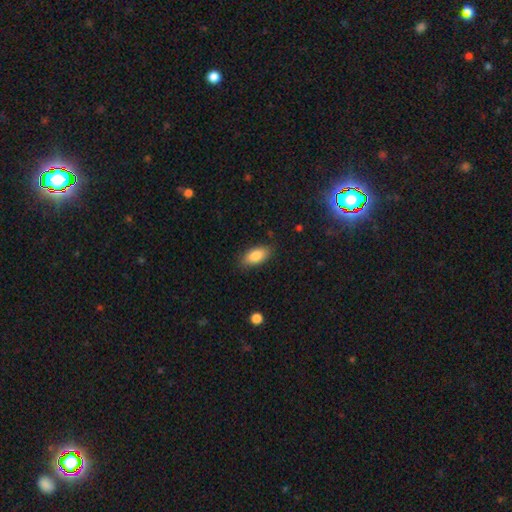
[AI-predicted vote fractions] The model was most divided on "merging": none: 85%, minor disturbance: 12%, major disturbance: 3%, merger: 1%. More confident: how rounded — in between (90%); smooth or featured — smooth (84%).